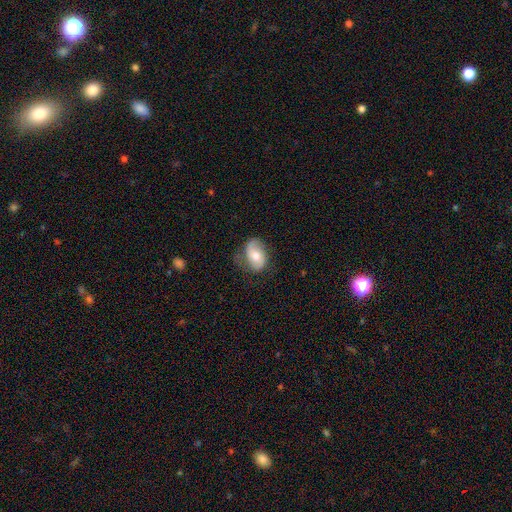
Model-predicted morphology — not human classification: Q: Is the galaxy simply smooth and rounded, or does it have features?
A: featured or disk — 49%.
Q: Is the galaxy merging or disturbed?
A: none — 62%.